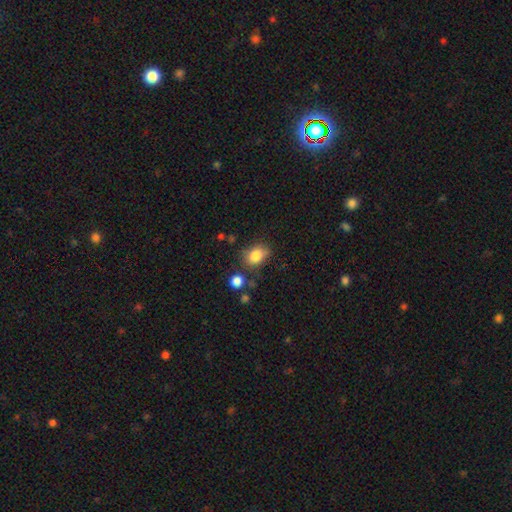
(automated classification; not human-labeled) Q: Smooth or featured?
A: smooth (83%); runner-up: star or artifact (10%)
Q: How rounded?
A: in between (68%); runner-up: round (31%)
Q: Merging?
A: none (65%); runner-up: minor disturbance (22%)